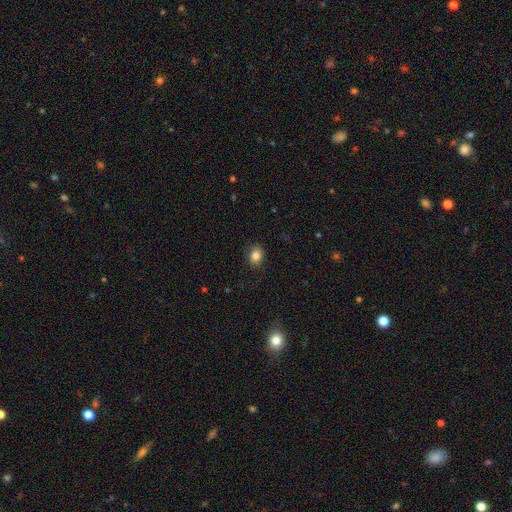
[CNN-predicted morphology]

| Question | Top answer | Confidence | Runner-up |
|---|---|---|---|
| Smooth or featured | smooth | 83% | star or artifact (11%) |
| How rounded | round | 55% | in between (44%) |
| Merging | none | 86% | minor disturbance (10%) |